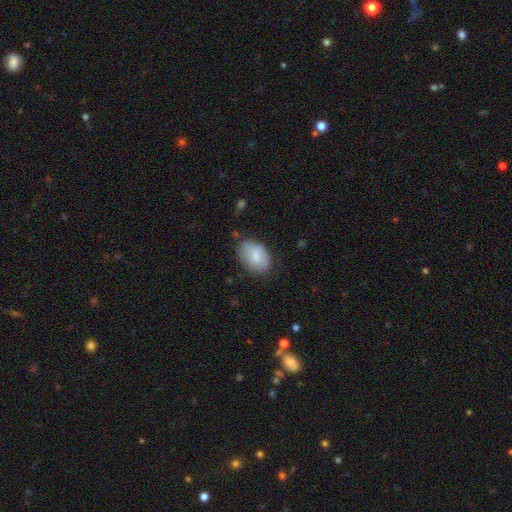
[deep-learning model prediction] Smooth or featured?
  - smooth: 80% *
  - featured or disk: 14%
  - star or artifact: 6%
How rounded?
  - in between: 83% *
  - round: 16%
  - cigar-shaped: 1%
Merging?
  - none: 71% *
  - minor disturbance: 22%
  - major disturbance: 5%
  - merger: 2%